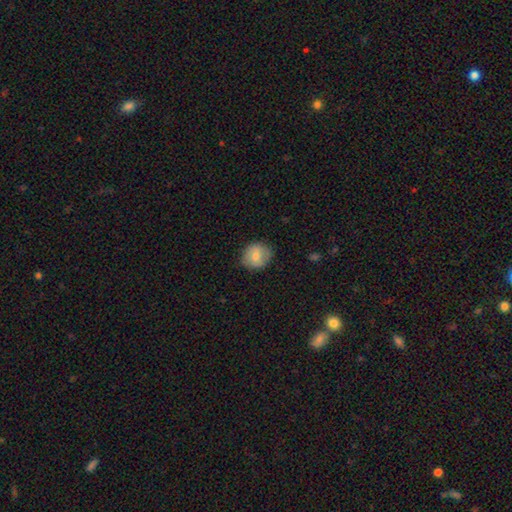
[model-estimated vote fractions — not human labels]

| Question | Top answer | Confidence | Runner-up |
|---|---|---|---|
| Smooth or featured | smooth | 74% | featured or disk (19%) |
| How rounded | round | 75% | in between (24%) |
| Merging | none | 81% | minor disturbance (15%) |